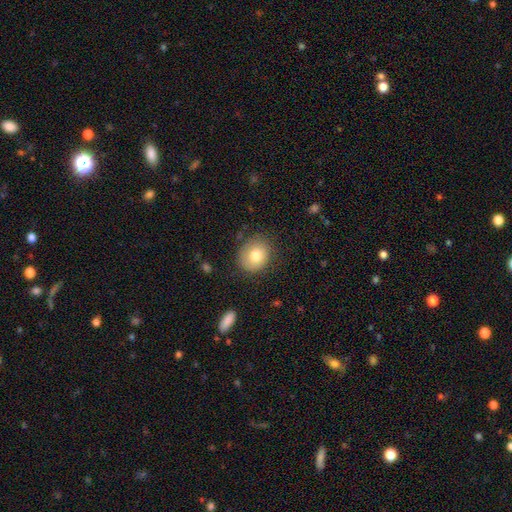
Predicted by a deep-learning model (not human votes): smooth 76%, featured or disk 16%, star or artifact 9%. Down the decision tree: how rounded — round (71%); merging — none (77%).